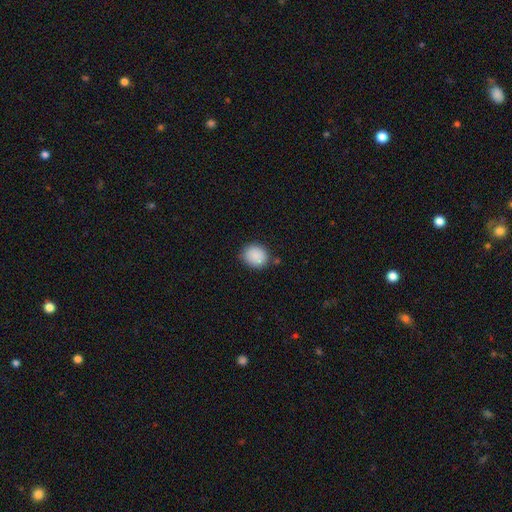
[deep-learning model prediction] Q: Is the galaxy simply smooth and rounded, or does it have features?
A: smooth — 88%.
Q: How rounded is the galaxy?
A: round — 67%.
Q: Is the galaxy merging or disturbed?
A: none — 80%.